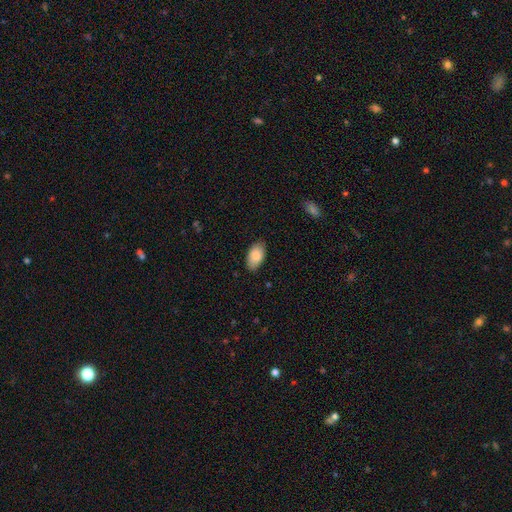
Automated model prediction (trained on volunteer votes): smooth 84%, featured or disk 10%, star or artifact 6%. Down the decision tree: how rounded — in between (95%); merging — none (86%).